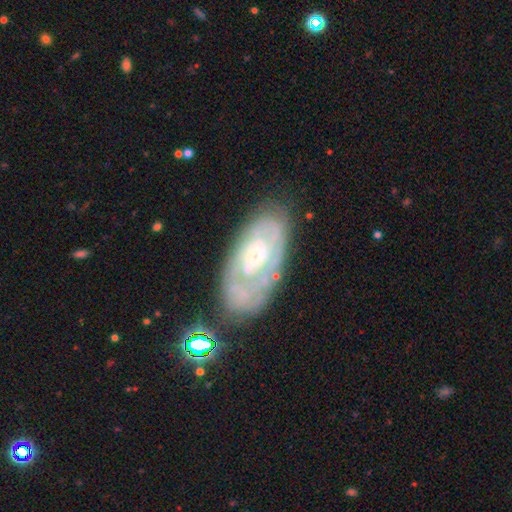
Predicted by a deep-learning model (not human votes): This is likely a featured or disk galaxy (74%). It is clearly not viewed edge-on (94%). Bar: likely no (75%). Spiral arm pattern: likely yes (73%). Spiral arm count: possibly can't tell (58%). Spiral winding: likely tight (69%). Central bulge: possibly small (55%). Merging: likely none (63%).